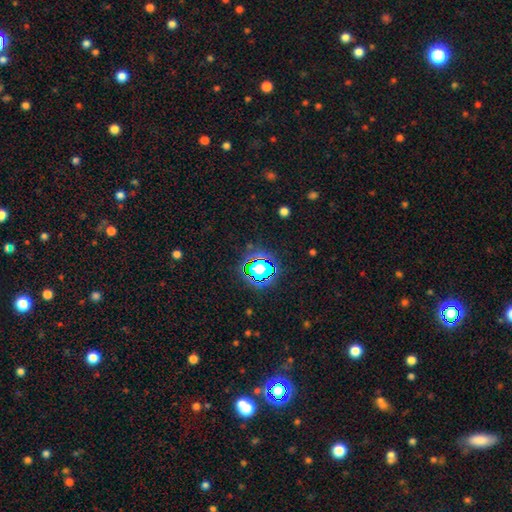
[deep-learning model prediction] Q: Smooth or featured?
A: star or artifact (82%); runner-up: smooth (11%)